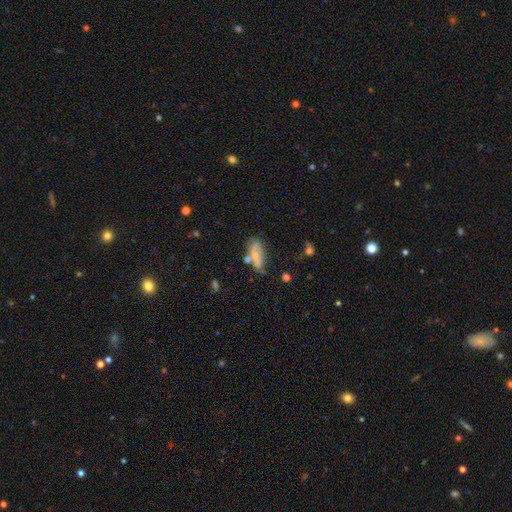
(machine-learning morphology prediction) A smooth galaxy with no disk features (50%) that is in between round and cigar-shaped (74%). Merging: none (55%).